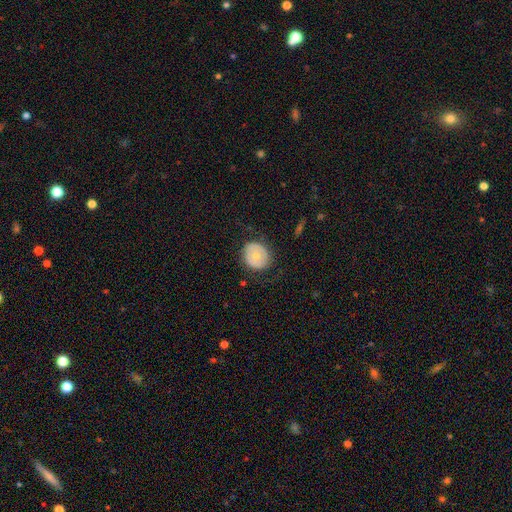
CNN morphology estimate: A smooth galaxy with no disk features (57%) that is round (83%).

Vote fractions:
- Smooth or featured? smooth: 57% / featured or disk: 36% / star or artifact: 6%
- How rounded? round: 83% / in between: 16% / cigar-shaped: 1%
- Merging? none: 78% / minor disturbance: 16% / major disturbance: 5% / merger: 1%